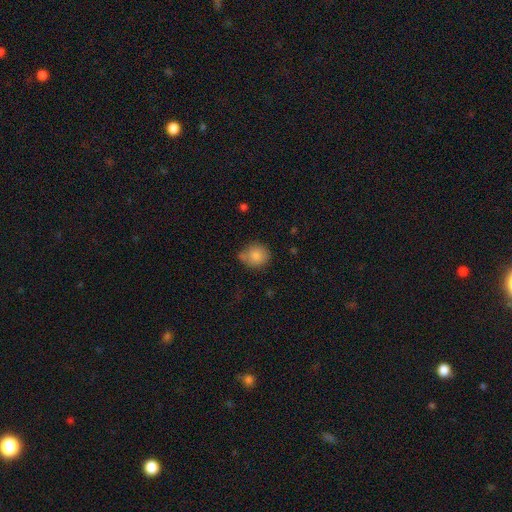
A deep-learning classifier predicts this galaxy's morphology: Smooth or featured?
  - smooth: 82% *
  - featured or disk: 9%
  - star or artifact: 8%
How rounded?
  - round: 76% *
  - in between: 23%
  - cigar-shaped: 1%
Merging?
  - none: 62% *
  - minor disturbance: 24%
  - merger: 8%
  - major disturbance: 5%